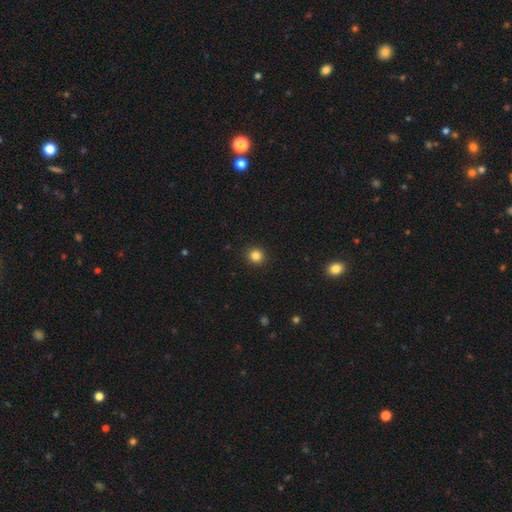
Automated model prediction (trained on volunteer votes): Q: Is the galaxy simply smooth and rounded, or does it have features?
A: smooth — 84%.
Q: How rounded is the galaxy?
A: round — 90%.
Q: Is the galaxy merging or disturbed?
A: none — 92%.